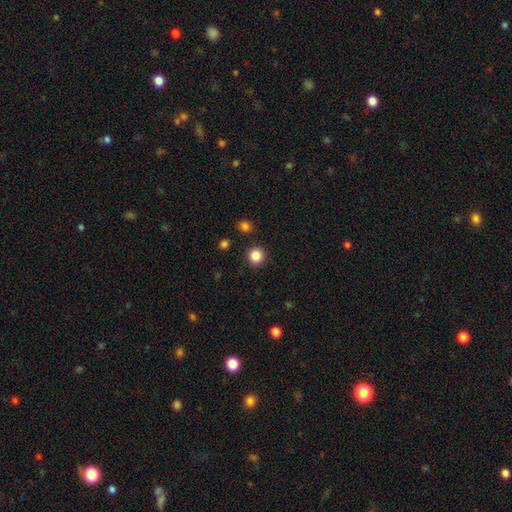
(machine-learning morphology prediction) The model was most divided on "smooth or featured": smooth: 86%, star or artifact: 10%, featured or disk: 3%. More confident: how rounded — round (92%); merging — none (90%).